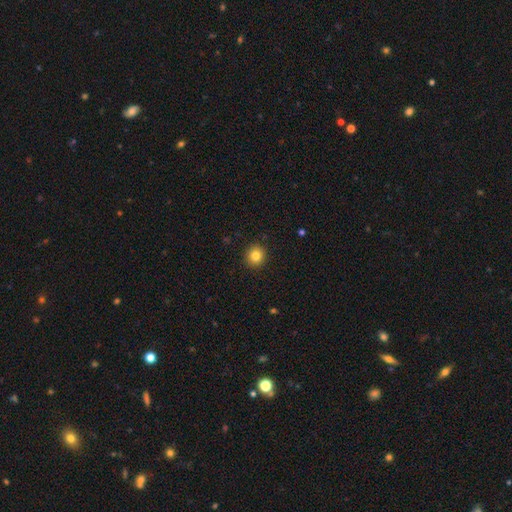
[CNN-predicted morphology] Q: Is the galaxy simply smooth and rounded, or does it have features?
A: smooth — 82%.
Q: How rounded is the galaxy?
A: round — 90%.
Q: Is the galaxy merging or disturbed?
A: none — 91%.